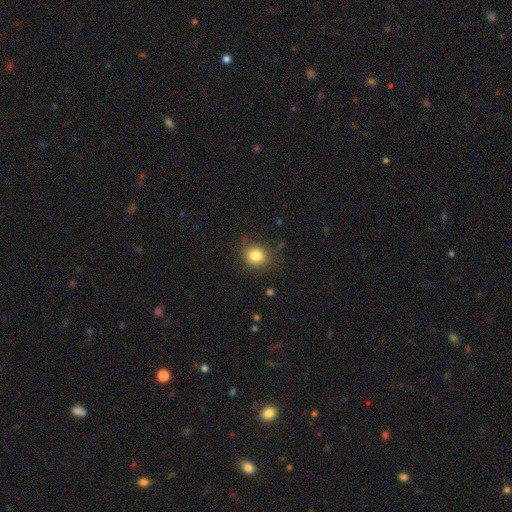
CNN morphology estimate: Smooth or featured: smooth — 83% (star or artifact — 11%)
How rounded: round — 83% (in between — 16%)
Merging: none — 82% (minor disturbance — 13%)